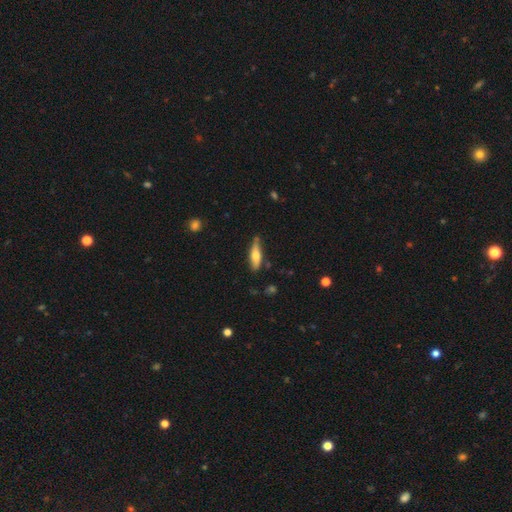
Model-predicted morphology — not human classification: Smooth or featured? smooth (55%)
How rounded? cigar-shaped (63%)
Merging? none (75%)